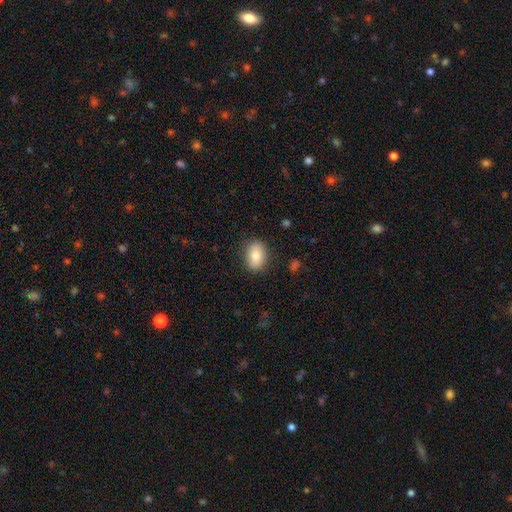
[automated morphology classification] Smooth or featured?
  - smooth: 82% *
  - featured or disk: 11%
  - star or artifact: 8%
How rounded?
  - in between: 77% *
  - round: 22%
  - cigar-shaped: 1%
Merging?
  - none: 86% *
  - minor disturbance: 10%
  - major disturbance: 3%
  - merger: 1%